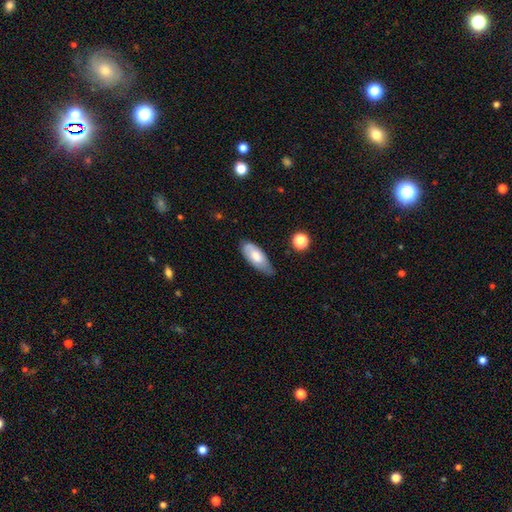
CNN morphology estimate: Q: Smooth or featured?
A: smooth (67%); runner-up: featured or disk (27%)
Q: How rounded?
A: in between (83%); runner-up: cigar-shaped (14%)
Q: Merging?
A: none (55%); runner-up: minor disturbance (36%)